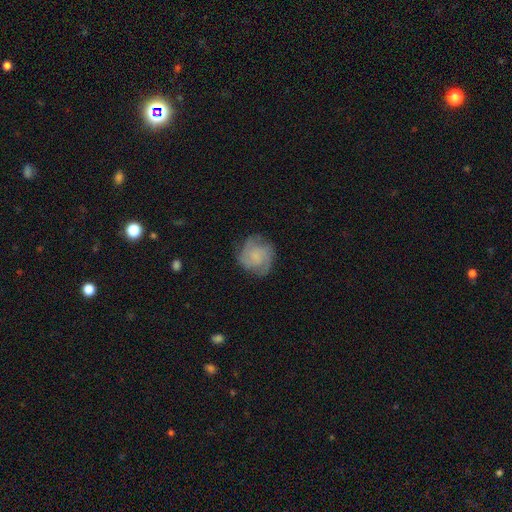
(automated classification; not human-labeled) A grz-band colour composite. It shows a featured or disk galaxy (57%) with no bar (75%), spiral arms (89%) and a small central bulge (41%). Merging: none (72%).